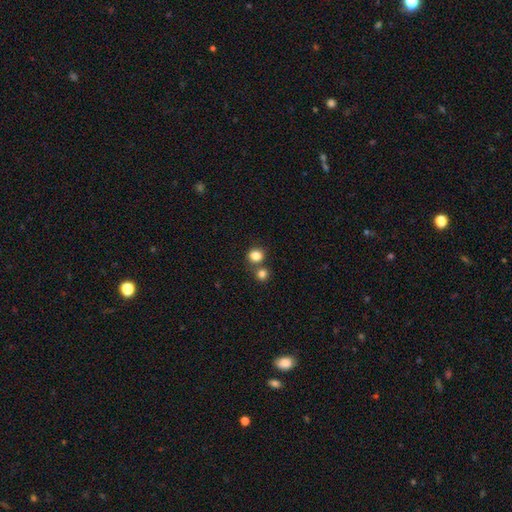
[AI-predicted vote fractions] smooth-or-featured: smooth: 83% | star or artifact: 11% | featured or disk: 6%
  how-rounded: round: 78% | in between: 21% | cigar-shaped: 1%
  merging: none: 62% | merger: 26% | minor disturbance: 9% | major disturbance: 3%